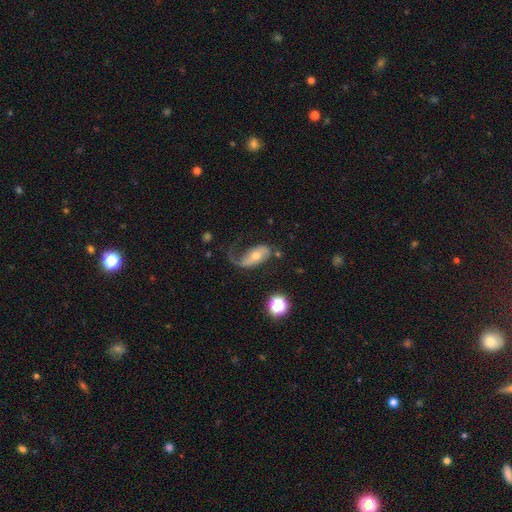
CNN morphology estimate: smooth-or-featured: featured or disk: 65% | smooth: 27% | star or artifact: 8%
  disk-edge-on: no: 93% | yes: 7%
    bar: no: 54% | weak: 29% | strong: 17%
    has-spiral-arms: yes: 85% | no: 15%
      spiral-winding: loose: 72% | medium: 20% | tight: 7%
      spiral-arm-count: 2: 47% | 1: 46% | can't tell: 4% | 3: 1% | 4: 1% | more than 4: 1%
    bulge-size: moderate: 60% | small: 30% | large: 6% | none: 2% | dominant: 2%
  merging: major disturbance: 38% | none: 37% | minor disturbance: 21% | merger: 4%